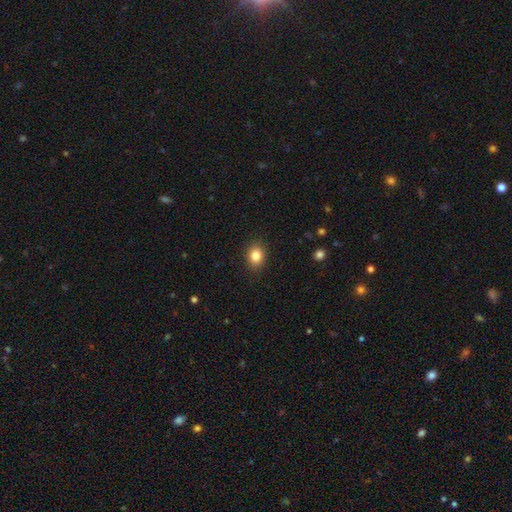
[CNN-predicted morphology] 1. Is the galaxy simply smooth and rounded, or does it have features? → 84% smooth, 10% star or artifact, 6% featured or disk.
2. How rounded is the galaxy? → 51% in between, 48% round, 1% cigar-shaped.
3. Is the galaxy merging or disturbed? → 88% none, 9% minor disturbance, 2% major disturbance, 1% merger.